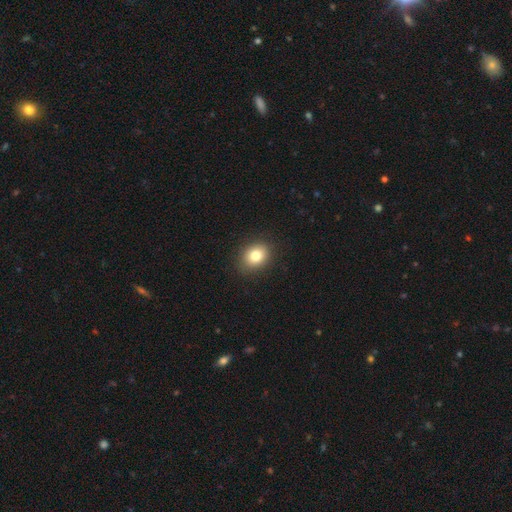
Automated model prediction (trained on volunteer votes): Smooth or featured? Predicted: smooth (p=0.81). How rounded? Predicted: in between (p=0.54). Merging? Predicted: none (p=0.87).